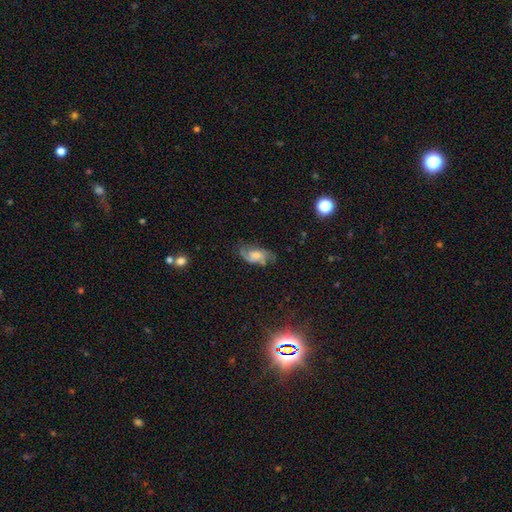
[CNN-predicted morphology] This appears to be a featured or disk galaxy (56%) with no bar (64%), spiral arms (86%) and a moderate central bulge (36%). Merging: none (58%).